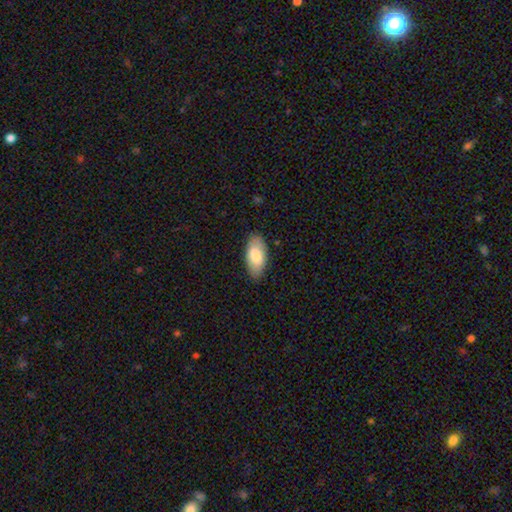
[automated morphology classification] Smooth or featured? Predicted: smooth (p=0.81). How rounded? Predicted: in between (p=0.93). Merging? Predicted: none (p=0.83).